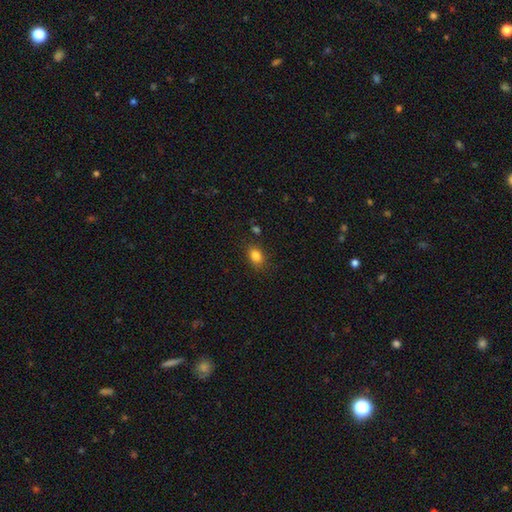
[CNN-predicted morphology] Smooth or featured: smooth — 83% (star or artifact — 11%)
How rounded: in between — 73% (round — 25%)
Merging: none — 80% (minor disturbance — 13%)